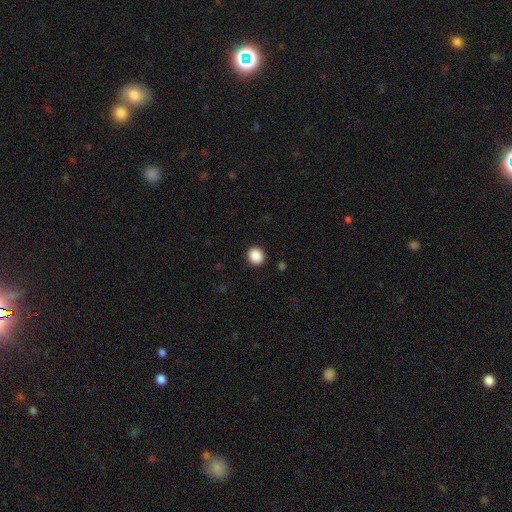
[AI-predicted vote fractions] Q: Smooth or featured?
A: smooth (89%); runner-up: star or artifact (9%)
Q: How rounded?
A: round (85%); runner-up: in between (15%)
Q: Merging?
A: none (91%); runner-up: minor disturbance (6%)